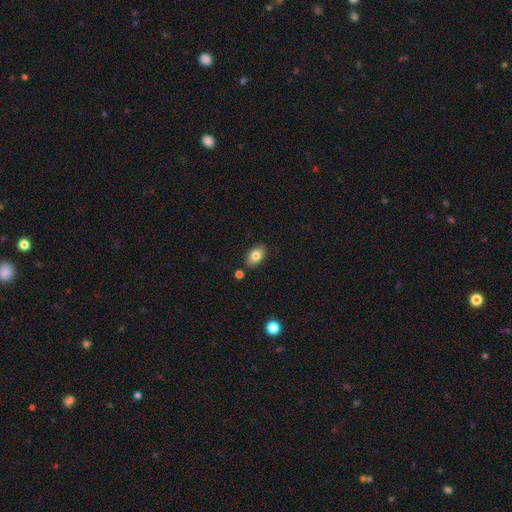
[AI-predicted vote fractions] smooth-or-featured: smooth: 82% | featured or disk: 10% | star or artifact: 8%
  how-rounded: in between: 88% | round: 11% | cigar-shaped: 1%
  merging: none: 84% | minor disturbance: 10% | merger: 4% | major disturbance: 2%